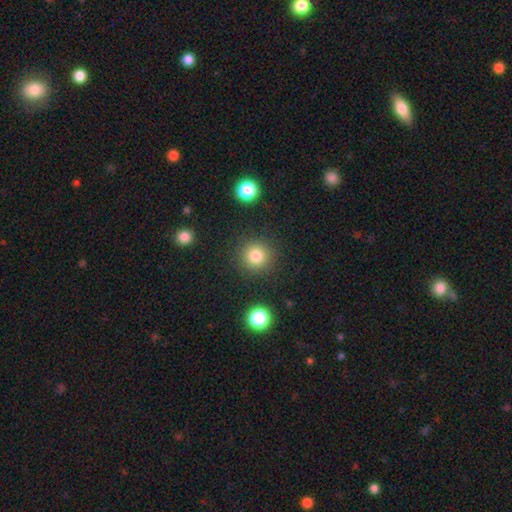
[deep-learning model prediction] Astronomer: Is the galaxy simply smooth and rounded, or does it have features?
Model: smooth — 81%.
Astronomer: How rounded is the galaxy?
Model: round — 94%.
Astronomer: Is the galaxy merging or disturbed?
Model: none — 89%.